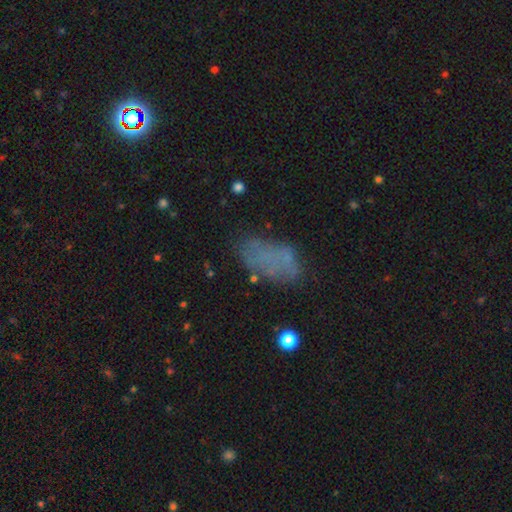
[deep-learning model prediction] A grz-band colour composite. It shows a smooth galaxy with no disk features (52%) that is in between round and cigar-shaped (90%). Merging: none (53%).